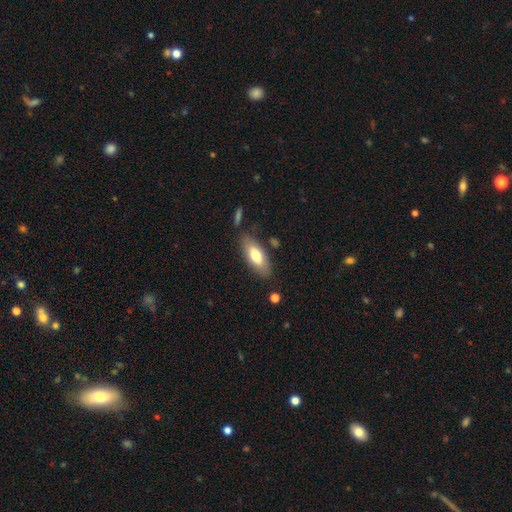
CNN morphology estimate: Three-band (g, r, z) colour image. It shows a smooth galaxy with no disk features (70%) that is in between round and cigar-shaped (80%). Merging: none (80%).